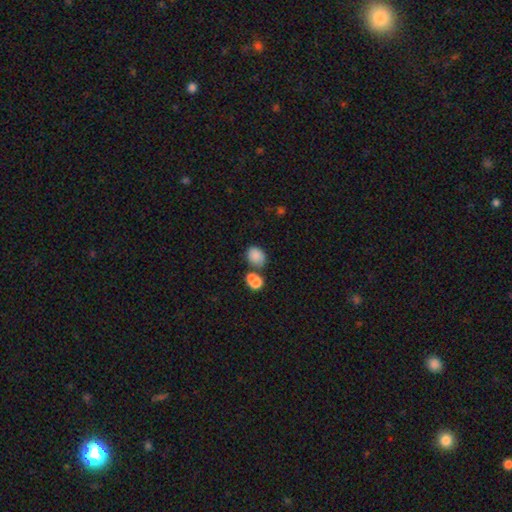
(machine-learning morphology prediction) Overall: smooth (83%). How rounded: in between (61%; round 38%). Merging: none (52%; merger 30%).